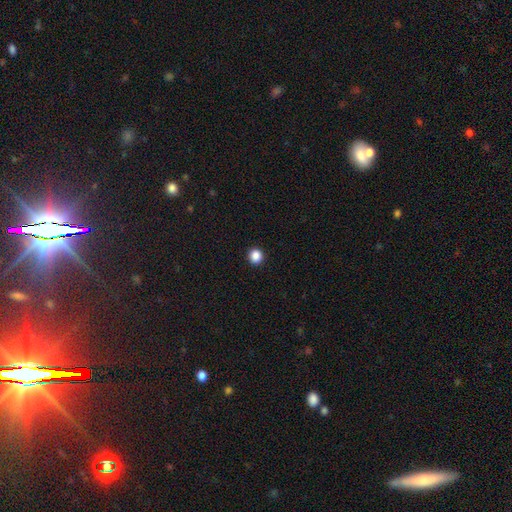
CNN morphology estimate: Smooth or featured? Predicted: smooth (p=0.87). How rounded? Predicted: round (p=0.94). Merging? Predicted: none (p=0.94).